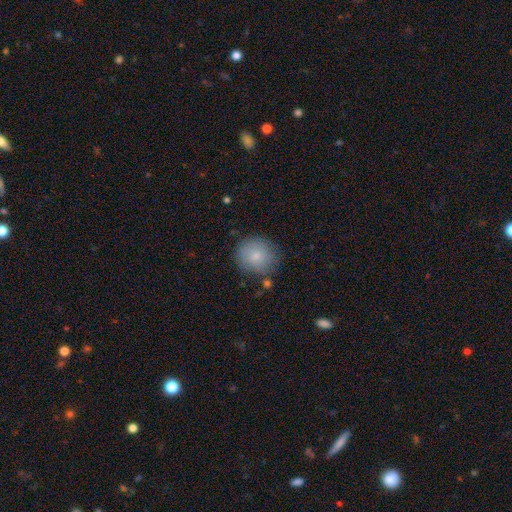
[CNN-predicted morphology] smooth-or-featured: smooth: 81% | featured or disk: 11% | star or artifact: 8%
  how-rounded: round: 87% | in between: 12% | cigar-shaped: 1%
  merging: none: 79% | minor disturbance: 14% | major disturbance: 4% | merger: 3%